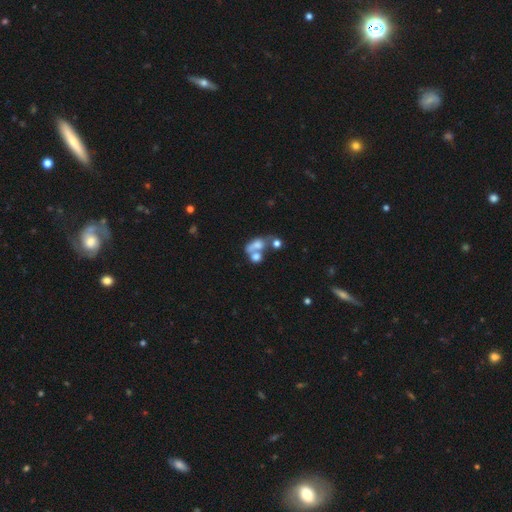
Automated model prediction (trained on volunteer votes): smooth_or_featured: smooth (p=0.58) [alt: featured or disk p=0.27]
how_rounded: in between (p=0.57) [alt: round p=0.40]
merging: merger (p=0.57) [alt: none p=0.21]